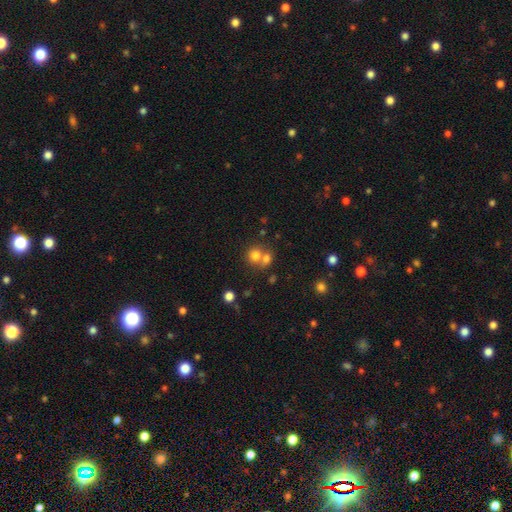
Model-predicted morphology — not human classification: type=smooth (74%); roundness=round (80%); merging=merger (52%).